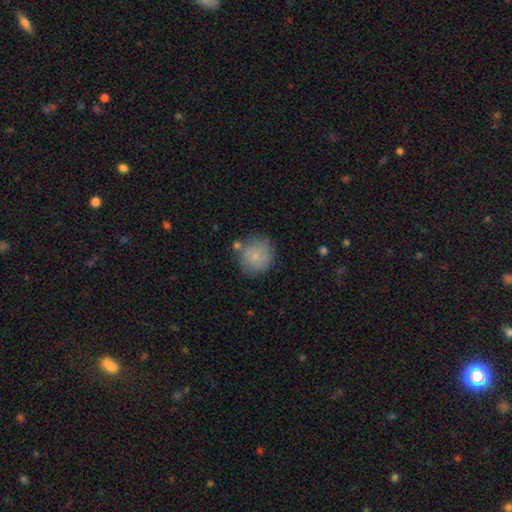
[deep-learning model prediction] Morphology: type=smooth (78%); roundness=round (91%); merging=none (71%).